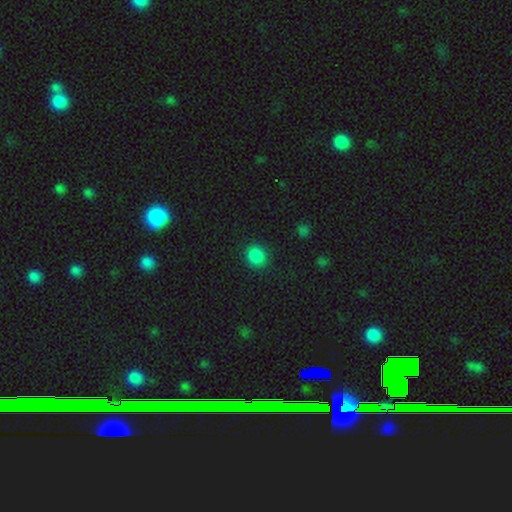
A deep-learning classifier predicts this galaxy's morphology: The model was most divided on "how rounded": round: 81%, in between: 18%, cigar-shaped: 1%. More confident: merging — none (90%); smooth or featured — smooth (86%).